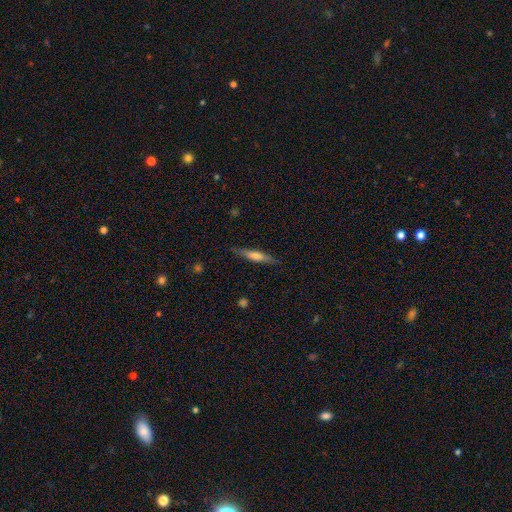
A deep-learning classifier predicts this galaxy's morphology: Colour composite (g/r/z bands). It shows a featured or disk galaxy (48%). Merging: none (87%).